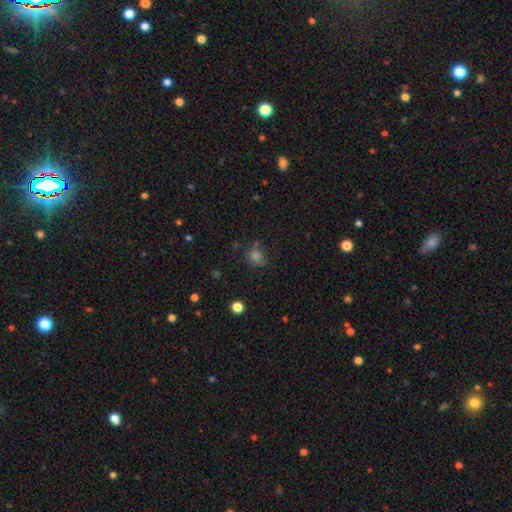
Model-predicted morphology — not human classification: smooth 68%, star or artifact 25%, featured or disk 7%. Down the decision tree: how rounded — round (78%); merging — none (70%).